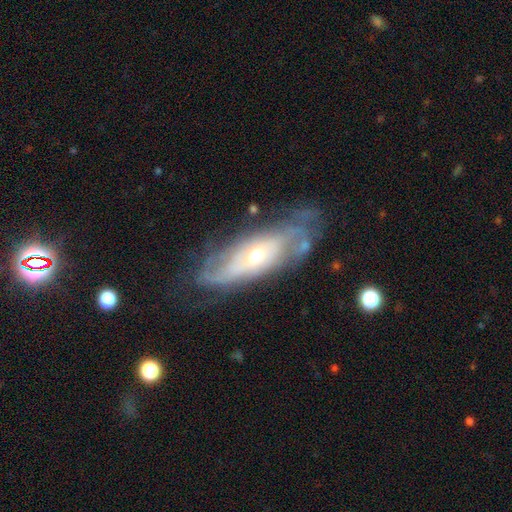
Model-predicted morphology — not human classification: This is likely a featured or disk galaxy (79%). It is clearly not viewed edge-on (81%). Bar: likely no (63%). Spiral arm pattern: clearly yes (84%). Spiral arm count: possibly can't tell (57%). Spiral winding: possibly tight (58%). Central bulge: possibly moderate (55%). Merging: likely none (65%).